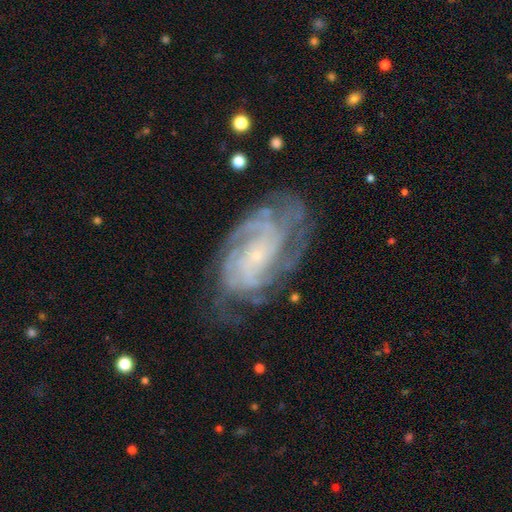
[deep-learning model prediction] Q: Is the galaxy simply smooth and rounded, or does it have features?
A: featured or disk — 88%.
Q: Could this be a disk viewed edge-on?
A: no — 96%.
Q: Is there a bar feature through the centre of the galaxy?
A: no — 70%.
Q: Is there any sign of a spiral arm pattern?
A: yes — 97%.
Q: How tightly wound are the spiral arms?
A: tight — 68%.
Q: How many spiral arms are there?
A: can't tell — 27%.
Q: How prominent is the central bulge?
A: small — 84%.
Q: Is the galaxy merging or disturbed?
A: none — 70%.